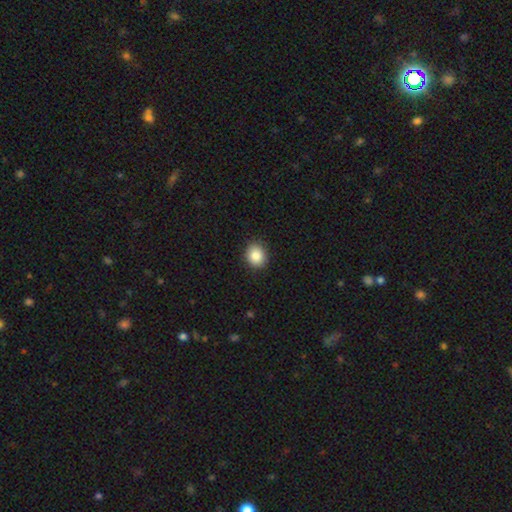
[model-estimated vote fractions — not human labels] This appears to be a smooth galaxy with no disk features (86%) that is round (69%). Merging: none (89%).